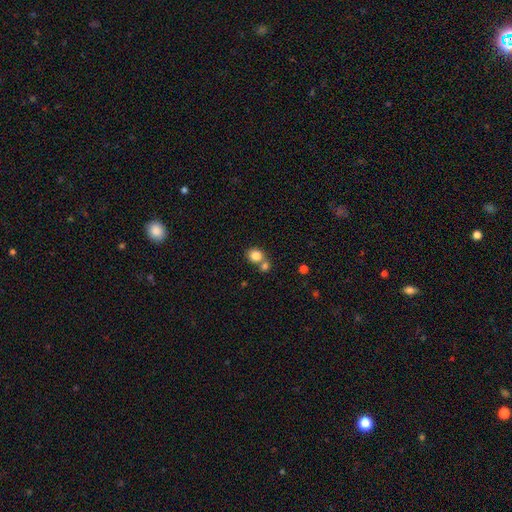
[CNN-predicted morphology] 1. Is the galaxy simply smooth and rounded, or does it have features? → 83% smooth, 10% star or artifact, 7% featured or disk.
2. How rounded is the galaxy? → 78% round, 21% in between, 1% cigar-shaped.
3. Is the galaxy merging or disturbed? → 52% none, 37% merger, 8% minor disturbance, 3% major disturbance.